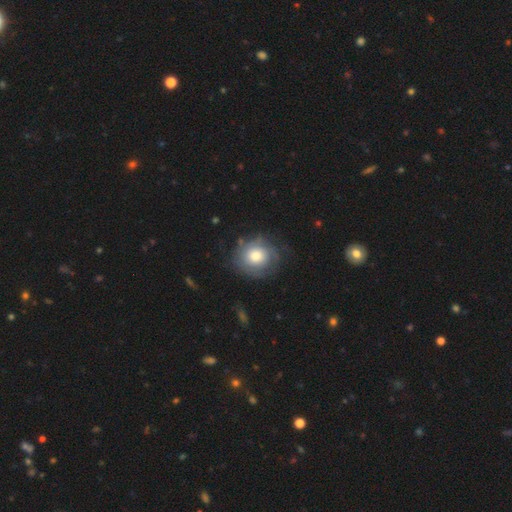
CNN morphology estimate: This appears to be a smooth galaxy with no disk features (57%) that is round (83%). Merging: none (68%).